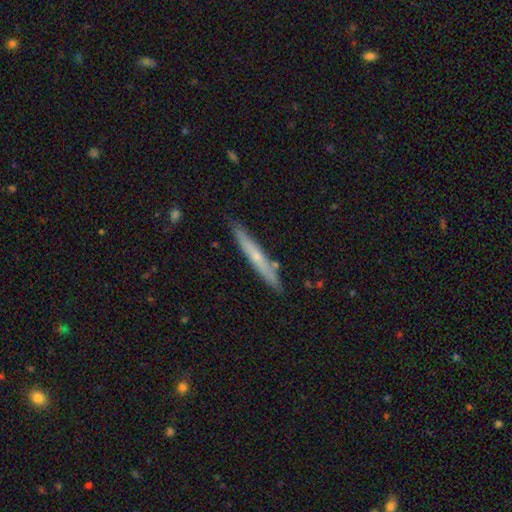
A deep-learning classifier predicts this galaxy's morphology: This is possibly a featured or disk galaxy (49%). Merging: clearly none (86%).